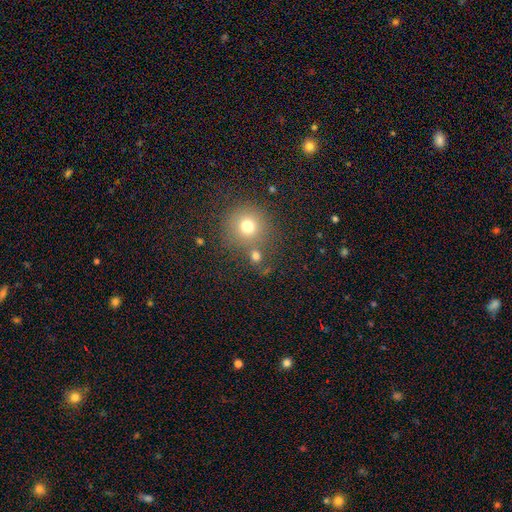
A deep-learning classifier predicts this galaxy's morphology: A smooth galaxy with no disk features (71%) that is round (84%). Merging: none (61%).